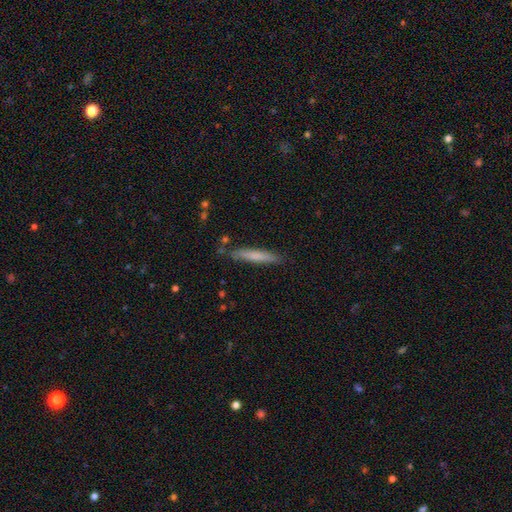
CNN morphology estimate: This appears to be a smooth galaxy with no disk features (69%) that is cigar-shaped (94%). Merging: none (83%).